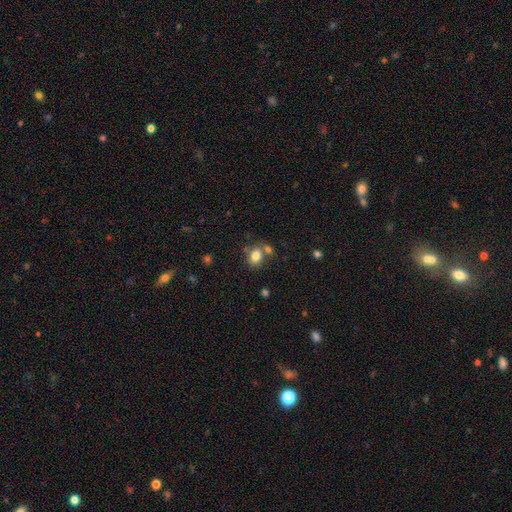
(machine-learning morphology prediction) Smooth or featured: smooth — 81% (star or artifact — 10%)
How rounded: in between — 65% (round — 34%)
Merging: none — 57% (merger — 25%)